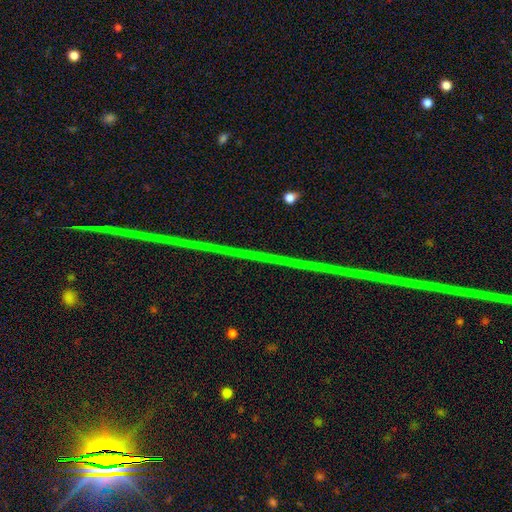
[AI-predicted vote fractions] This appears to be a star or artifact, not a galaxy (87%).